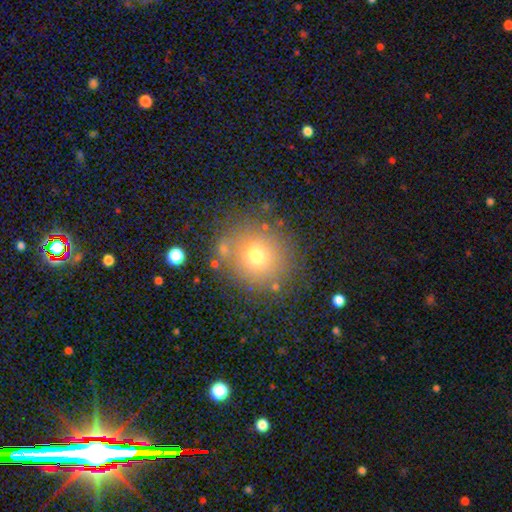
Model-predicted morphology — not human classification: This appears to be a smooth galaxy with no disk features (70%) that is round (88%). Merging: none (79%).